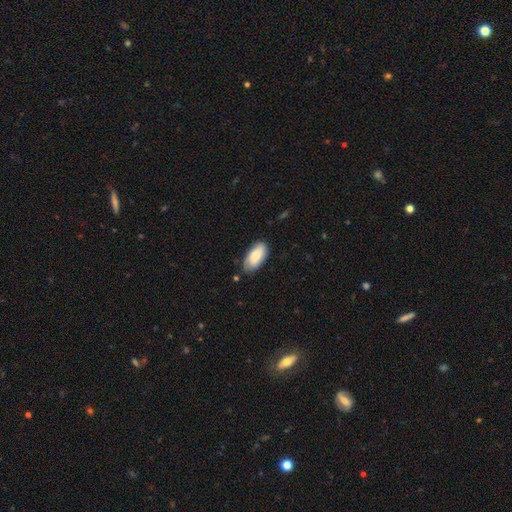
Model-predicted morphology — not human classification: A smooth galaxy with no disk features (84%) that is in between round and cigar-shaped (94%).

Vote fractions:
- Smooth or featured? smooth: 84% / featured or disk: 11% / star or artifact: 6%
- How rounded? in between: 94% / cigar-shaped: 4% / round: 2%
- Merging? none: 76% / minor disturbance: 19% / major disturbance: 3% / merger: 2%